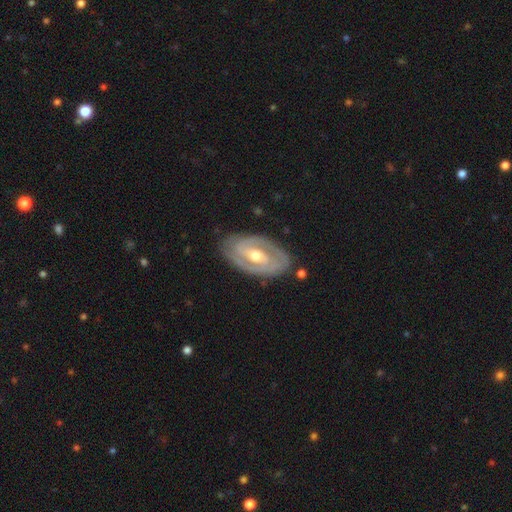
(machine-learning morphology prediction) This appears to be a featured or disk galaxy (86%) with a weak bar (39%), 2 (79%) tight (64%) spiral arms (90%) and a moderate central bulge (71%). Merging: none (81%).